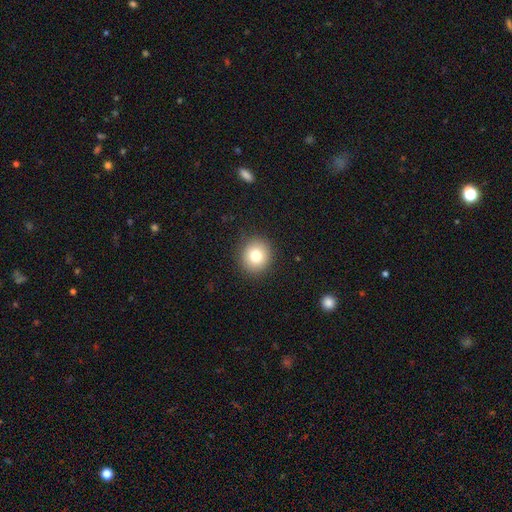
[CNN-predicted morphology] Smooth or featured?
  - smooth: 80% *
  - star or artifact: 11%
  - featured or disk: 10%
How rounded?
  - round: 88% *
  - in between: 11%
  - cigar-shaped: 1%
Merging?
  - none: 90% *
  - minor disturbance: 6%
  - major disturbance: 2%
  - merger: 1%